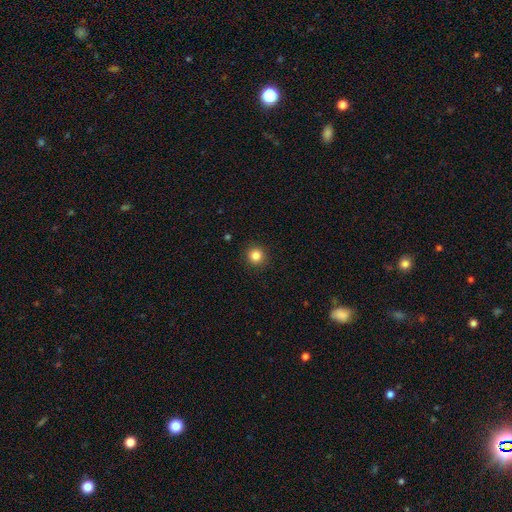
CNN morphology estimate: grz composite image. It shows a smooth galaxy with no disk features (84%) that is round (94%). Merging: none (92%).